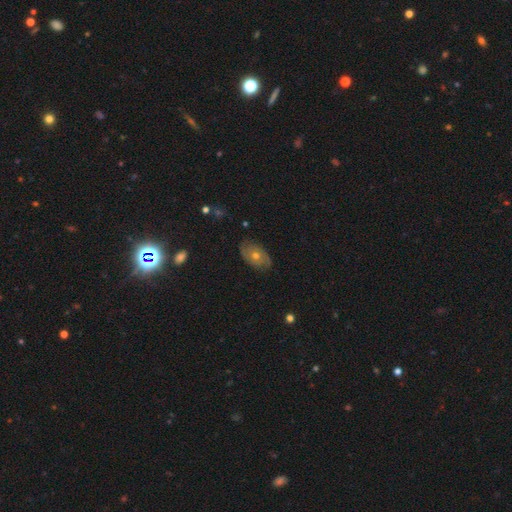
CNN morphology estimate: A featured or disk galaxy (64%) with no bar (85%), spiral arms (73%) and a moderate central bulge (62%).

Vote fractions:
- Smooth or featured? featured or disk: 64% / smooth: 24% / star or artifact: 12%
- Edge-on disk? no: 93% / yes: 7%
- Bar? no: 85% / weak: 12% / strong: 3%
- Spiral arms? yes: 73% / no: 27%
- Bulge size? moderate: 62% / small: 34% / large: 2% / none: 1% / dominant: 1%
- Merging? none: 80% / minor disturbance: 15% / major disturbance: 4% / merger: 1%